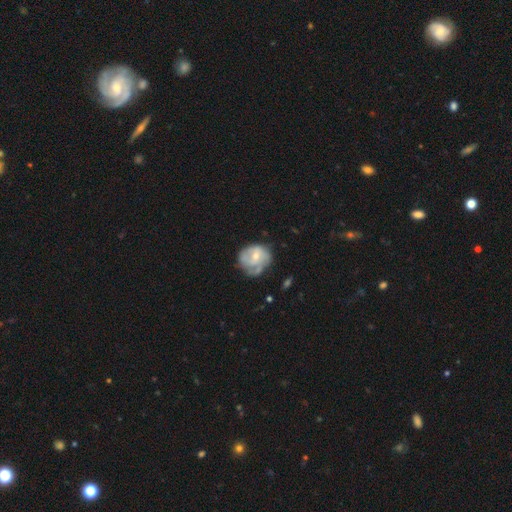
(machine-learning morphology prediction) featured or disk 60%, smooth 34%, star or artifact 6%. Down the decision tree: edge-on disk — no (98%); bar — no (64%); spiral arms — yes (68%); bulge size — small (52%); merging — none (48%).